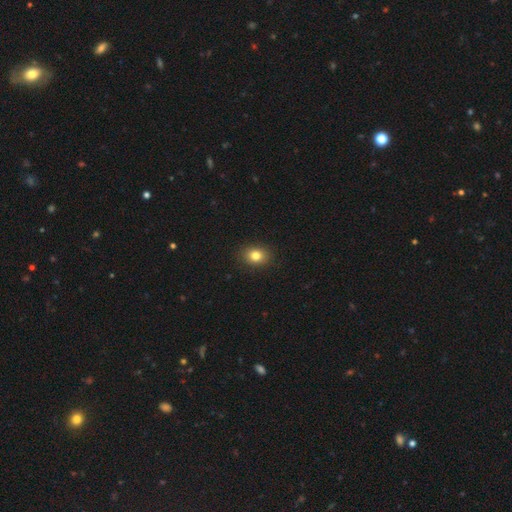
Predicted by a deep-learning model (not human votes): Overall: smooth (82%). How rounded: in between (52%; round 47%). Merging: none (90%).